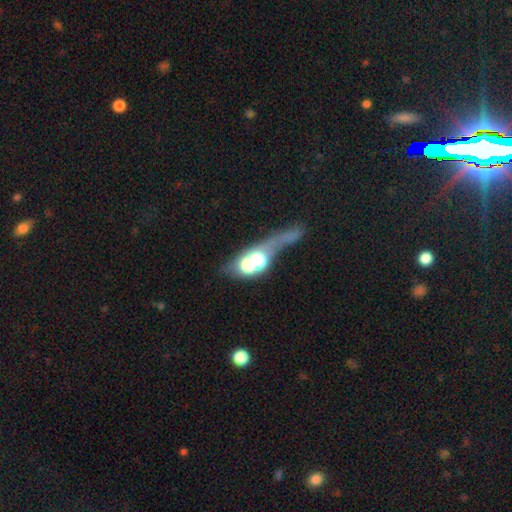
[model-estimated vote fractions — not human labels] Morphology: type=featured or disk (39%); merging=none (35%).